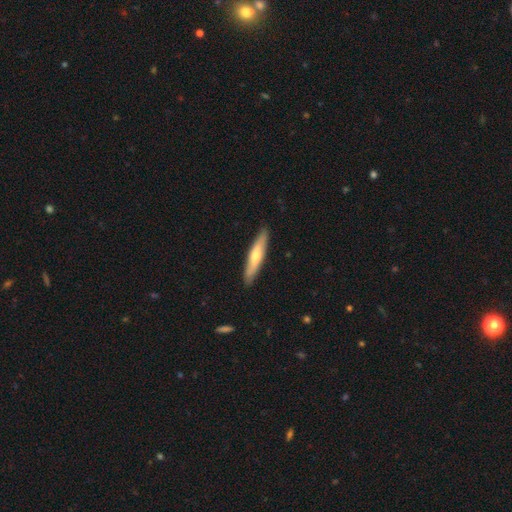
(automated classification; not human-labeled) Q: Smooth or featured?
A: smooth (55%); runner-up: featured or disk (39%)
Q: How rounded?
A: cigar-shaped (86%); runner-up: in between (13%)
Q: Merging?
A: none (89%); runner-up: minor disturbance (8%)